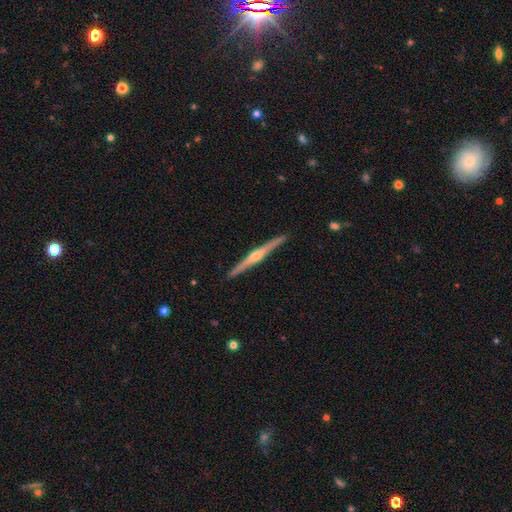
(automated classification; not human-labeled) Smooth or featured? Predicted: featured or disk (p=0.82). Edge-on disk? Predicted: yes (p=0.99). Edge-on bulge? Predicted: rounded (p=0.87). Merging? Predicted: none (p=0.92).